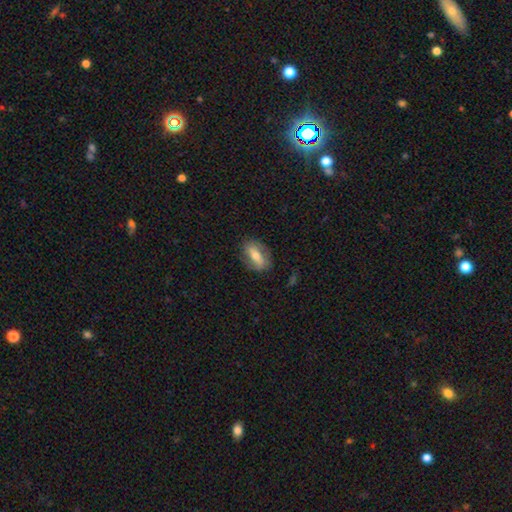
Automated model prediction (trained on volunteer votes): smooth-or-featured: smooth: 50% | featured or disk: 43% | star or artifact: 7%
  how-rounded: in between: 80% | round: 11% | cigar-shaped: 9%
  merging: none: 77% | minor disturbance: 16% | major disturbance: 5% | merger: 1%